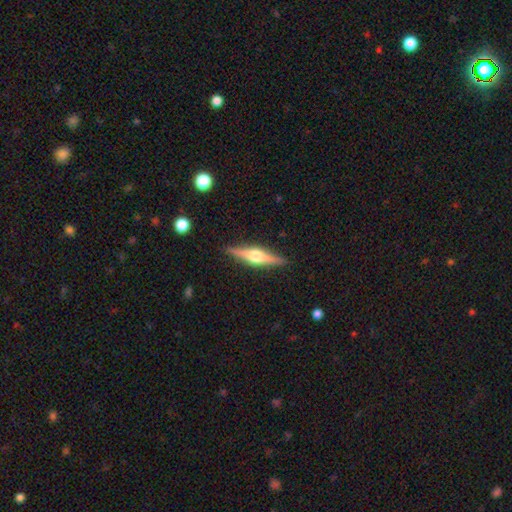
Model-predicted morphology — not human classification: Smooth or featured? Predicted: featured or disk (p=0.73). Edge-on disk? Predicted: yes (p=0.97). Edge-on bulge? Predicted: rounded (p=0.94). Merging? Predicted: none (p=0.90).